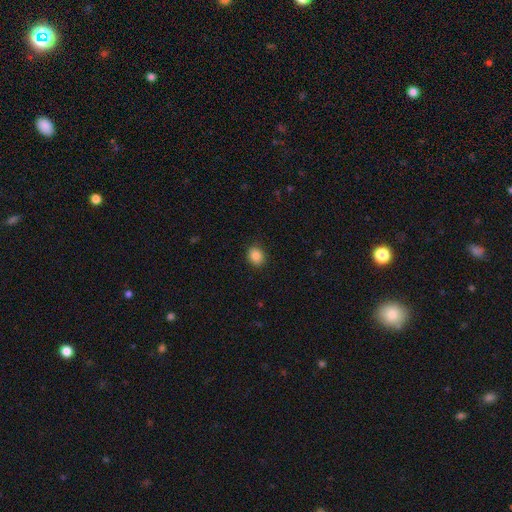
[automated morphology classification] Overall: smooth (85%). How rounded: round (61%; in between 38%). Merging: none (90%).